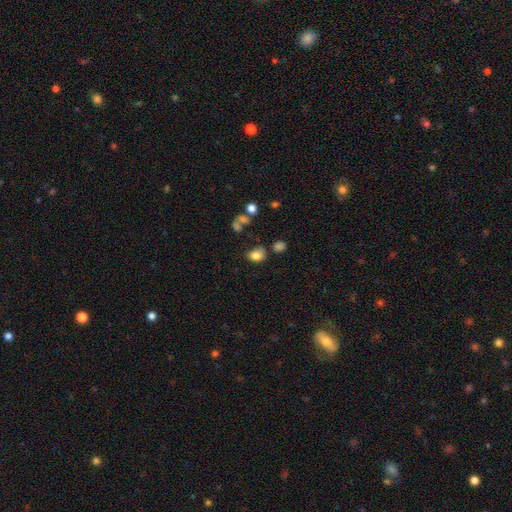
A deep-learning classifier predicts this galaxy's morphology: smooth 81%, star or artifact 11%, featured or disk 7%. Down the decision tree: how rounded — in between (58%); merging — none (64%).